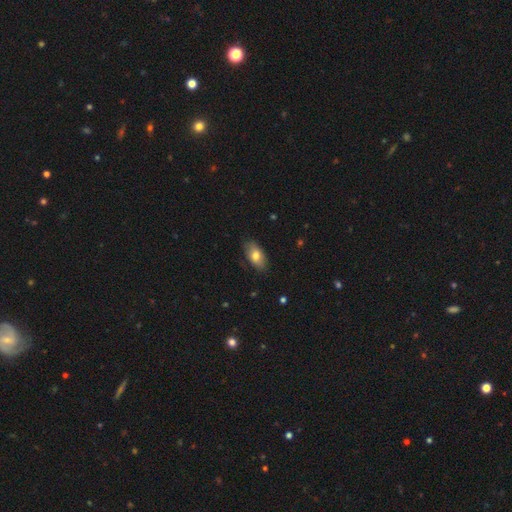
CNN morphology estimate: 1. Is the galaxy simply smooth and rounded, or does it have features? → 75% smooth, 18% featured or disk, 7% star or artifact.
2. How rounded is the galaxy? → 91% in between, 4% cigar-shaped, 4% round.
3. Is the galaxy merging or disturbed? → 82% none, 14% minor disturbance, 2% major disturbance, 1% merger.